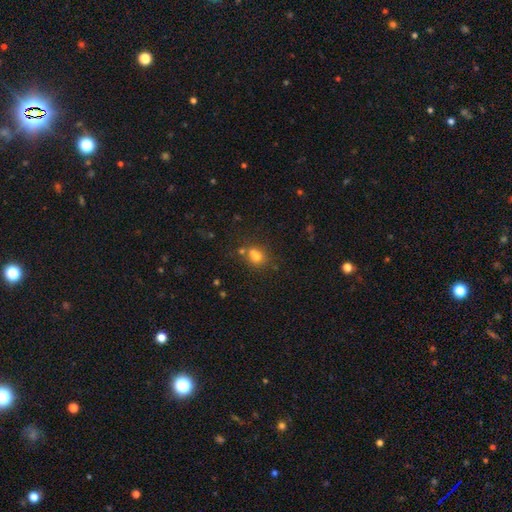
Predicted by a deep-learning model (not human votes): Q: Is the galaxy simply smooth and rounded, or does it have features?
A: smooth — 71%.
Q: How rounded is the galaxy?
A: round — 56%.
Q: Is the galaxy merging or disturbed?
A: none — 49%.